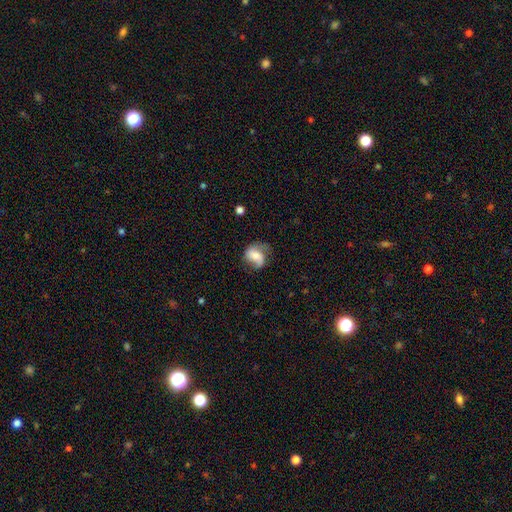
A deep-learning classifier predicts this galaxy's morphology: Q: Smooth or featured?
A: featured or disk (48%); runner-up: smooth (44%)
Q: Merging?
A: none (49%); runner-up: minor disturbance (29%)